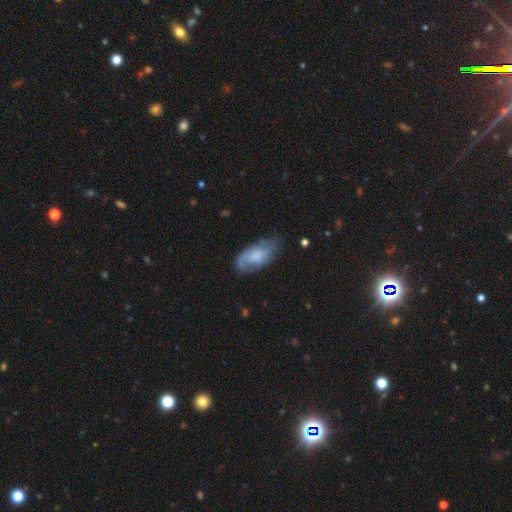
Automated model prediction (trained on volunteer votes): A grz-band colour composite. It shows a featured or disk galaxy (56%) with no bar (64%), spiral arms (85%) and a small central bulge (28%, tied with none and moderate). Merging: none (61%).